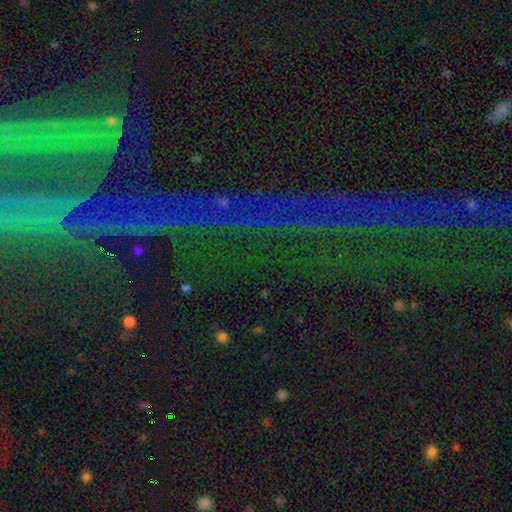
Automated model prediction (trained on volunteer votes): Overall: star or artifact (76%).